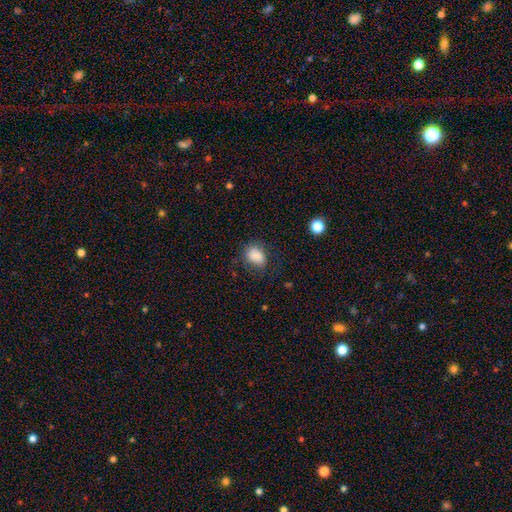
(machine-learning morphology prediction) smooth 82%, featured or disk 9%, star or artifact 9%. Down the decision tree: how rounded — in between (61%); merging — none (62%).